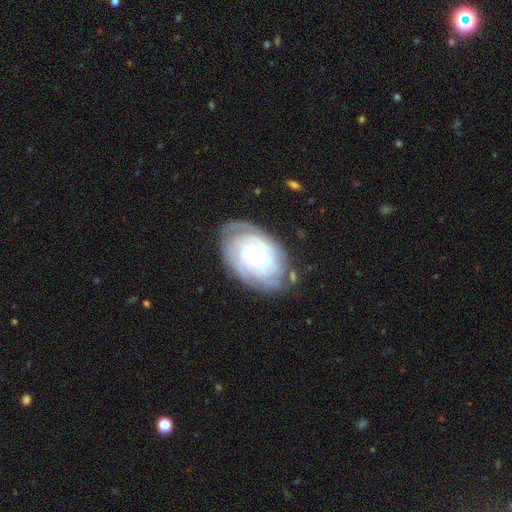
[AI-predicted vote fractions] featured or disk 84%, smooth 10%, star or artifact 6%. Down the decision tree: edge-on disk — no (96%); bar — no (76%); spiral arms — yes (95%); spiral arm count — can't tell (38%); spiral winding — tight (81%); bulge size — small (60%); merging — none (74%).